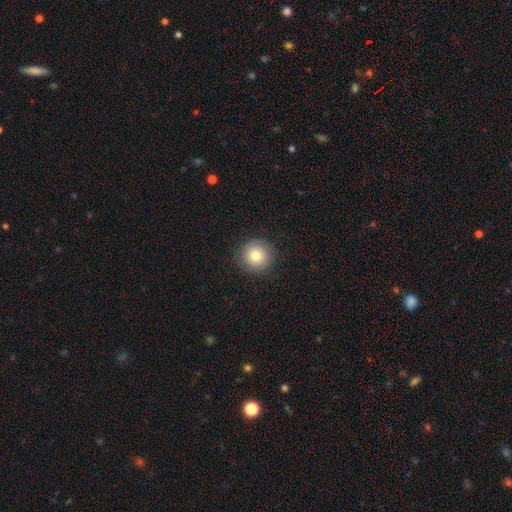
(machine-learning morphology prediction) Smooth or featured: smooth — 78% (featured or disk — 12%)
How rounded: round — 95% (in between — 4%)
Merging: none — 88% (minor disturbance — 8%)